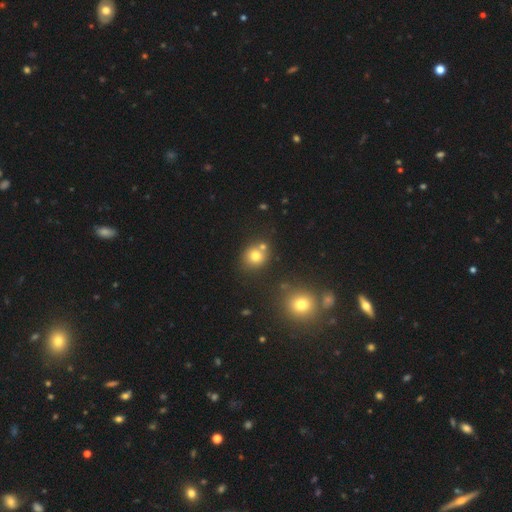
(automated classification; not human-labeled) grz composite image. It shows a smooth galaxy with no disk features (74%) that is round (79%). Merging: none (63%).